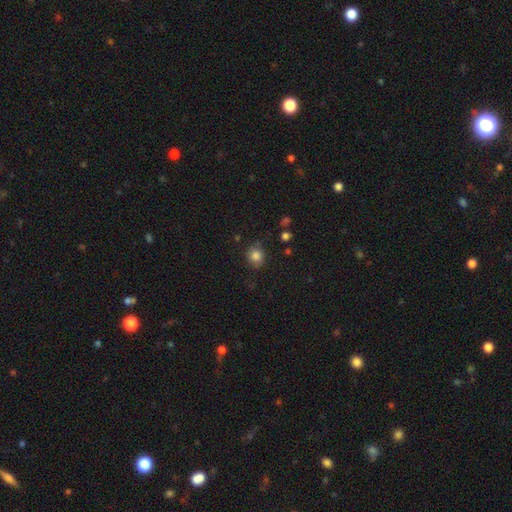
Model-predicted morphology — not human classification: The model was most divided on "merging": none: 78%, minor disturbance: 15%, major disturbance: 4%, merger: 2%. More confident: smooth or featured — smooth (83%); how rounded — round (83%).